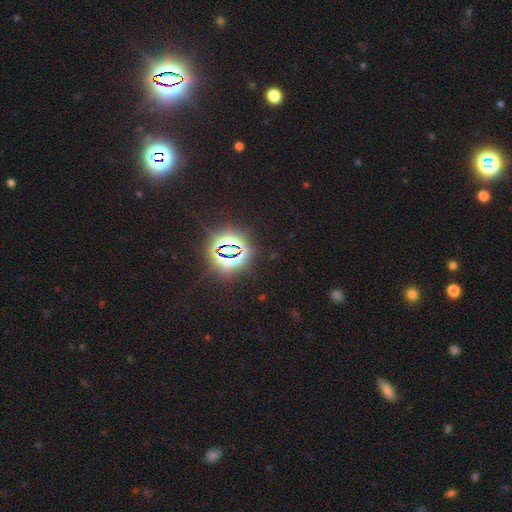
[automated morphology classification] Smooth or featured? star or artifact (81%)